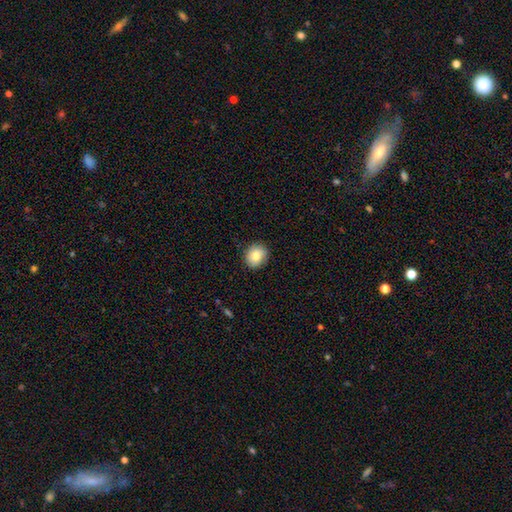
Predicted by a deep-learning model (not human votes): smooth-or-featured: smooth: 82% | featured or disk: 10% | star or artifact: 8%
  how-rounded: round: 64% | in between: 35% | cigar-shaped: 1%
  merging: none: 87% | minor disturbance: 10% | major disturbance: 2% | merger: 1%